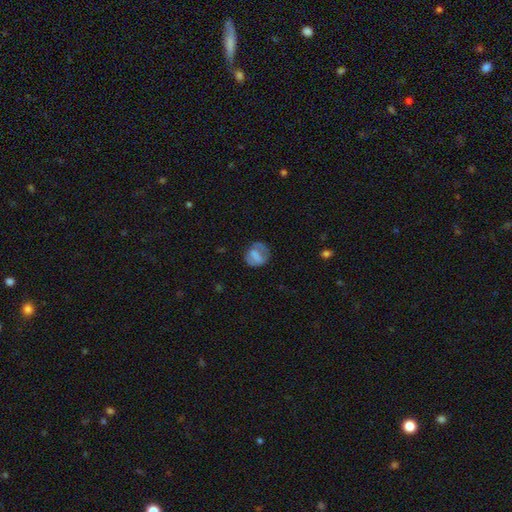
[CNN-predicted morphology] This appears to be a smooth galaxy with no disk features (56%) that is round (61%). Merging: none (56%).